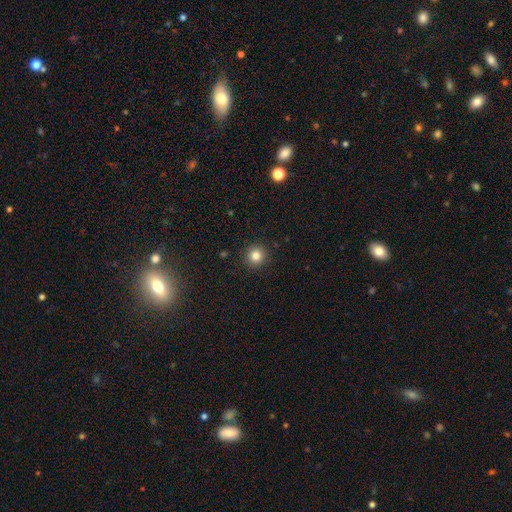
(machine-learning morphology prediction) Overall: smooth (82%). How rounded: round (95%). Merging: none (92%).